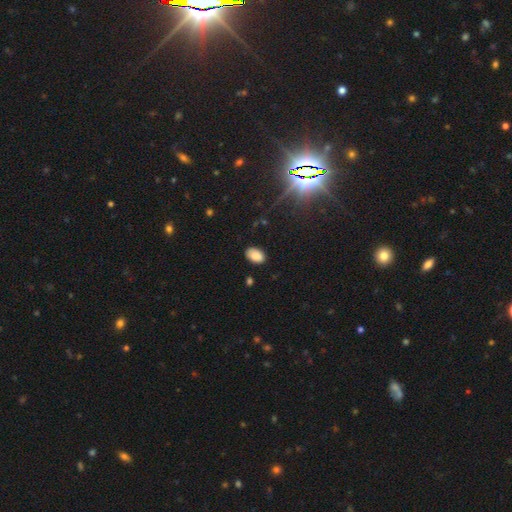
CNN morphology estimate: type=smooth (86%); roundness=in between (91%); merging=none (85%).